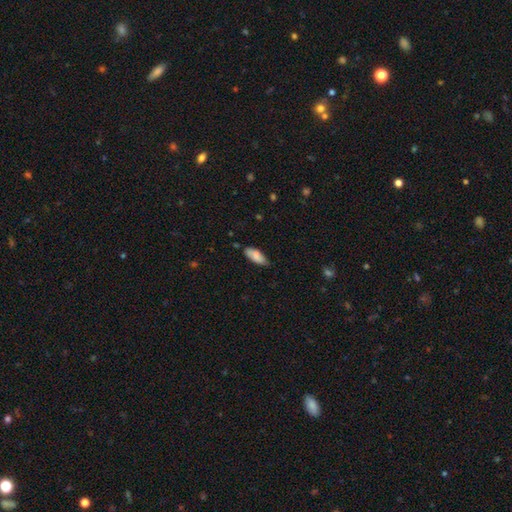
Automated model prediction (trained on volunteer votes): The model was most divided on "merging": none: 70%, minor disturbance: 24%, major disturbance: 4%, merger: 2%. More confident: how rounded — in between (81%); smooth or featured — smooth (79%).